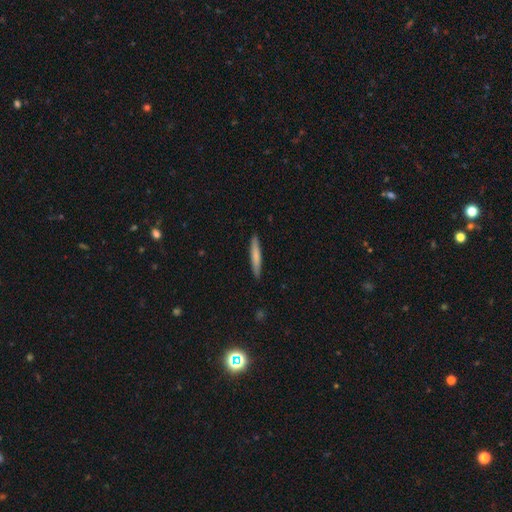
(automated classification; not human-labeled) Morphology: type=smooth (74%); roundness=cigar-shaped (94%); merging=none (90%).